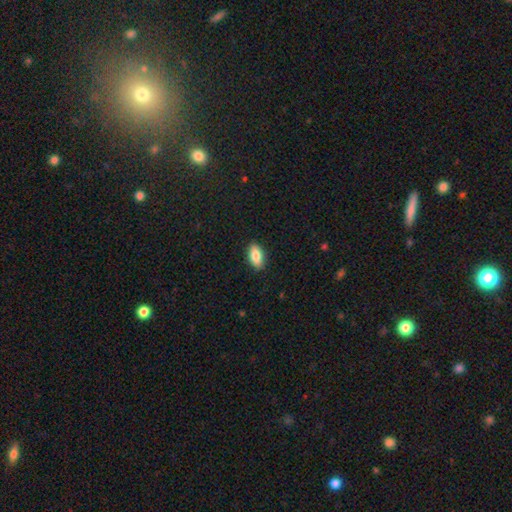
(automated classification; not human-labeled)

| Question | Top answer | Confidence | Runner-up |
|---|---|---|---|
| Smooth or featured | smooth | 81% | featured or disk (12%) |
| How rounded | in between | 87% | cigar-shaped (9%) |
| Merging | none | 89% | minor disturbance (8%) |